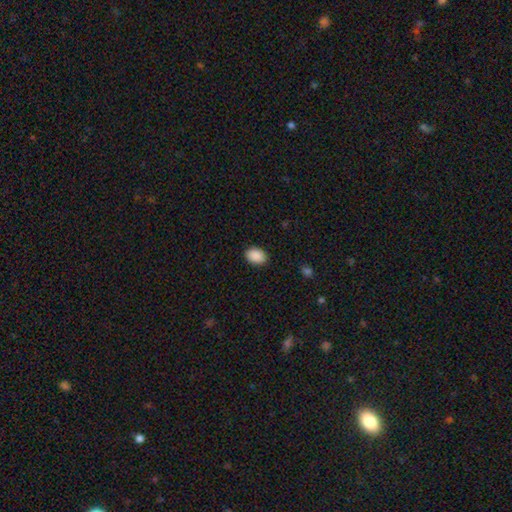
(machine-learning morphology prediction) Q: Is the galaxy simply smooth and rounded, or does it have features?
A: smooth — 90%.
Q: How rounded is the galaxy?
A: in between — 76%.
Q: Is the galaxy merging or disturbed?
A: none — 89%.